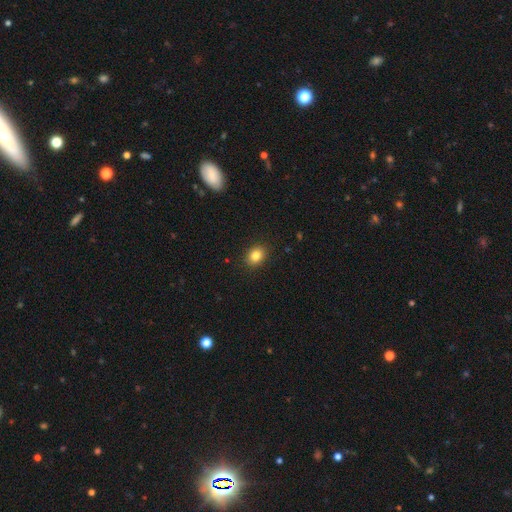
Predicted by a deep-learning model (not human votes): The model was most divided on "how rounded": in between: 54%, round: 45%, cigar-shaped: 1%. More confident: merging — none (90%); smooth or featured — smooth (83%).